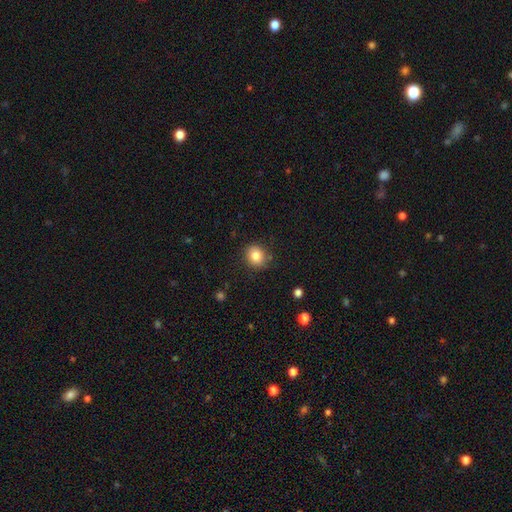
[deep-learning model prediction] Morphology: type=smooth (82%); roundness=round (75%); merging=none (85%).